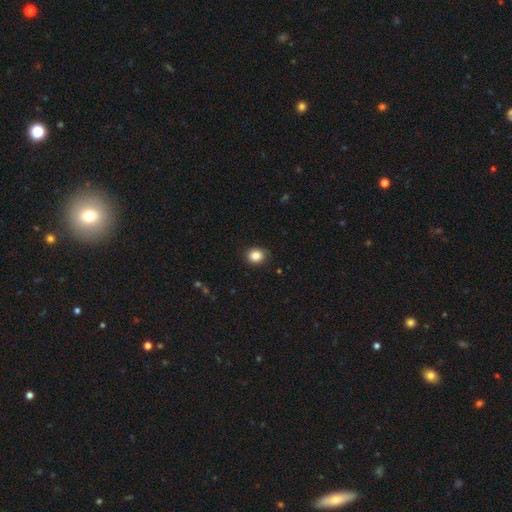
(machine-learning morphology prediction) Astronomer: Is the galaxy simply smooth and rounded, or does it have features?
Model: smooth — 86%.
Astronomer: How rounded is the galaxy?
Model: round — 65%.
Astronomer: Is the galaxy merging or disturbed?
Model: none — 87%.